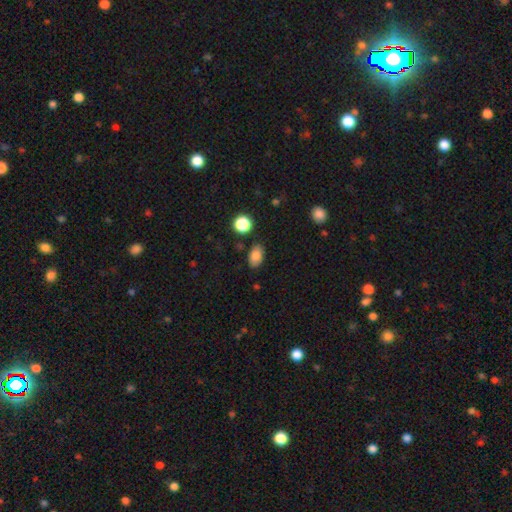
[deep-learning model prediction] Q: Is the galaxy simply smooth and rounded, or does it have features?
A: smooth — 84%.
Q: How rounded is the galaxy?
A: in between — 89%.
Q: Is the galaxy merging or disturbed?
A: none — 83%.